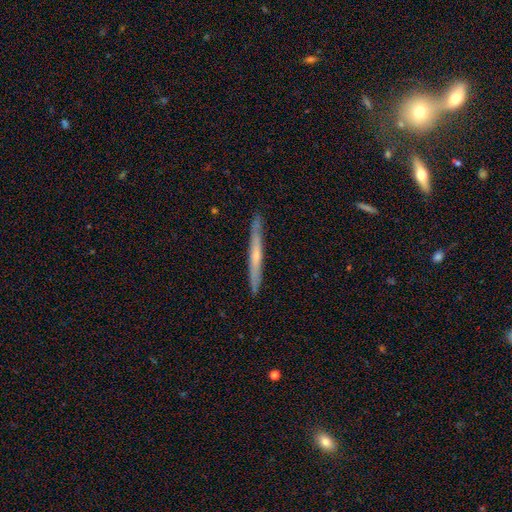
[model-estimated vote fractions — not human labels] Smooth or featured? featured or disk (56%)
Edge-on disk? yes (95%)
Edge-on bulge? none (56%)
Merging? none (89%)